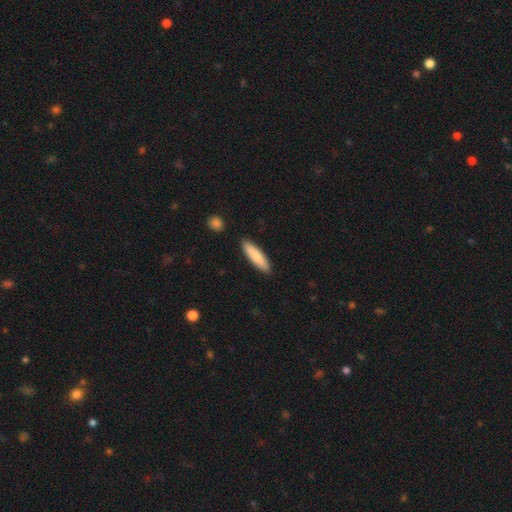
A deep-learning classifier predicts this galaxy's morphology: Overall: smooth (83%). How rounded: cigar-shaped (74%). Merging: none (89%).